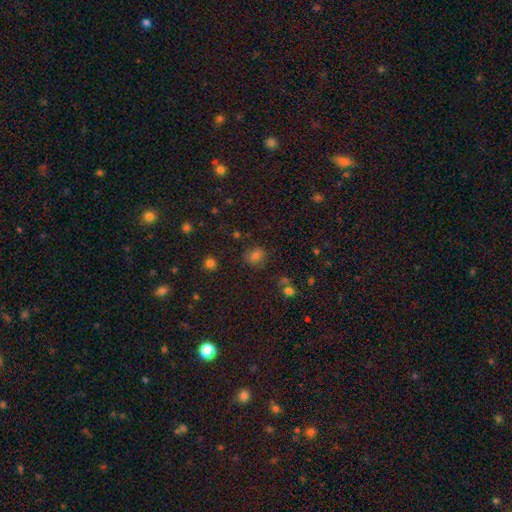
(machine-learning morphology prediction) Smooth or featured? smooth (71%)
How rounded? round (76%)
Merging? none (81%)